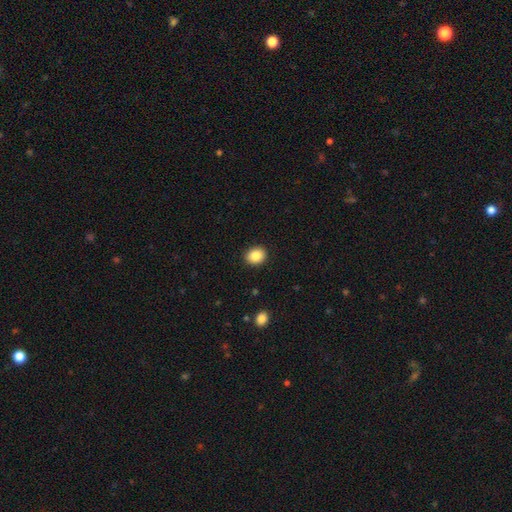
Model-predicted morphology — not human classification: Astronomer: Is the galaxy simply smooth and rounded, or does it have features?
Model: smooth — 86%.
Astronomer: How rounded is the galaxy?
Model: round — 58% (runner-up: in between, 41%).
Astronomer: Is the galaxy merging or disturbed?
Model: none — 91%.